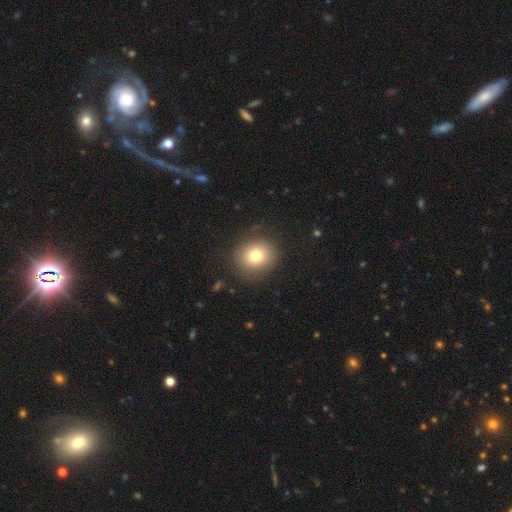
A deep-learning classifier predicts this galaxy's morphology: This appears to be a smooth galaxy with no disk features (78%) that is round (81%). Merging: none (85%).